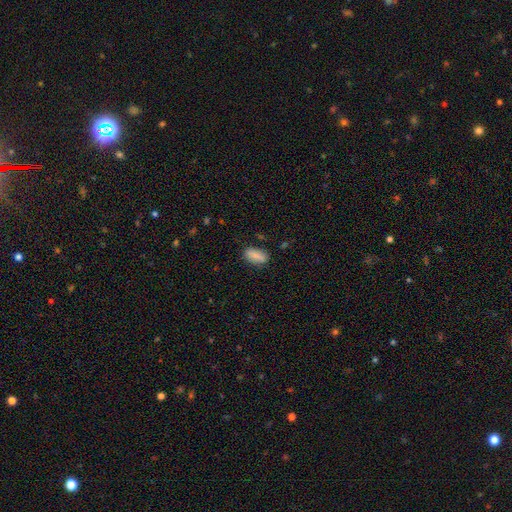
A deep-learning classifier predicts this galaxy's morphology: smooth_or_featured: smooth (p=0.84) [alt: featured or disk p=0.08]
how_rounded: in between (p=0.90) [alt: cigar-shaped p=0.06]
merging: none (p=0.81) [alt: minor disturbance p=0.14]